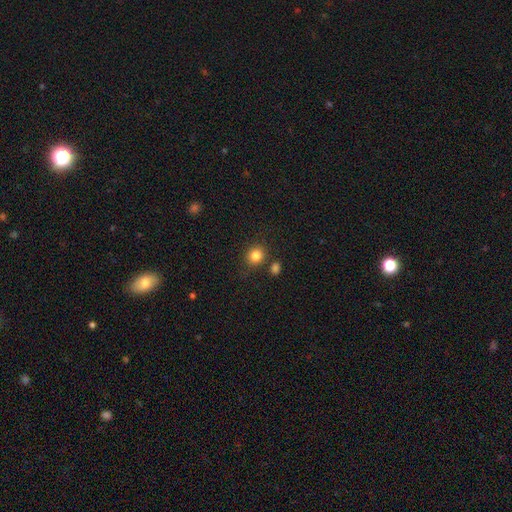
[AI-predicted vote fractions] Smooth or featured? smooth (83%)
How rounded? round (80%)
Merging? none (79%)